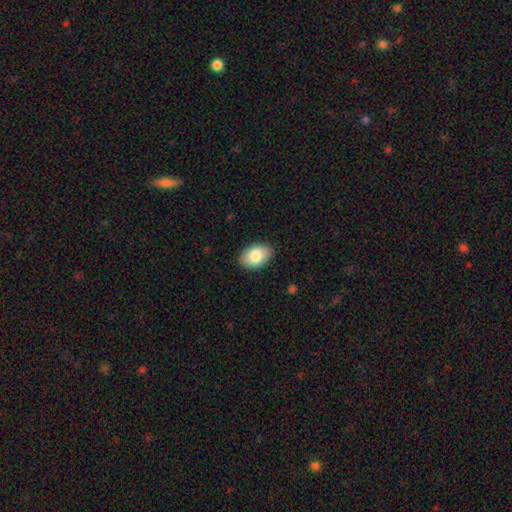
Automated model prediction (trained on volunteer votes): This appears to be a smooth galaxy with no disk features (83%) that is in between round and cigar-shaped (88%). Merging: none (88%).